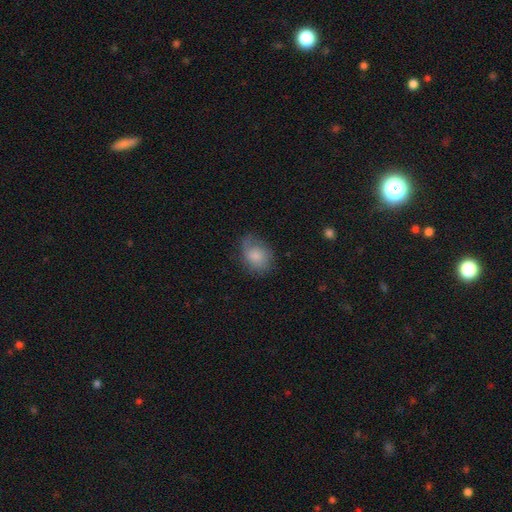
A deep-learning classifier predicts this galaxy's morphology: smooth-or-featured: smooth: 72% | featured or disk: 20% | star or artifact: 8%
  how-rounded: in between: 66% | round: 33% | cigar-shaped: 1%
  merging: none: 59% | minor disturbance: 28% | major disturbance: 11% | merger: 1%